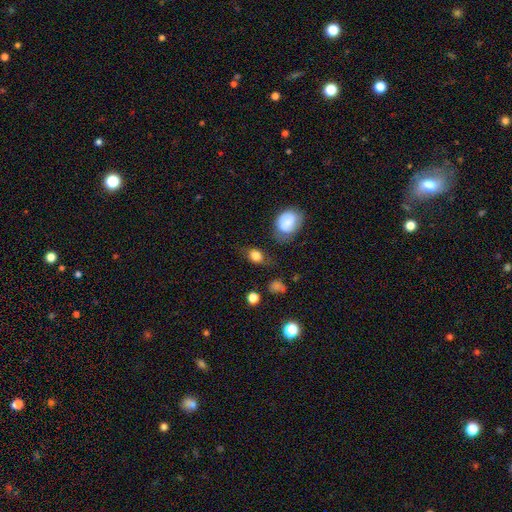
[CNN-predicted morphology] Smooth or featured? Predicted: smooth (p=0.77). How rounded? Predicted: in between (p=0.61). Merging? Predicted: none (p=0.64).